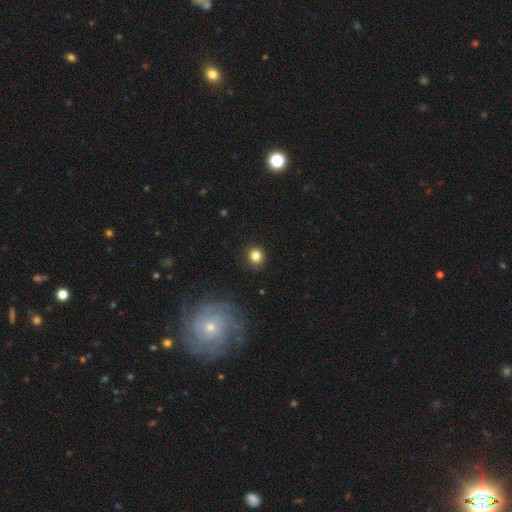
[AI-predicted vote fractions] A smooth galaxy with no disk features (83%) that is round (87%). Merging: none (89%).